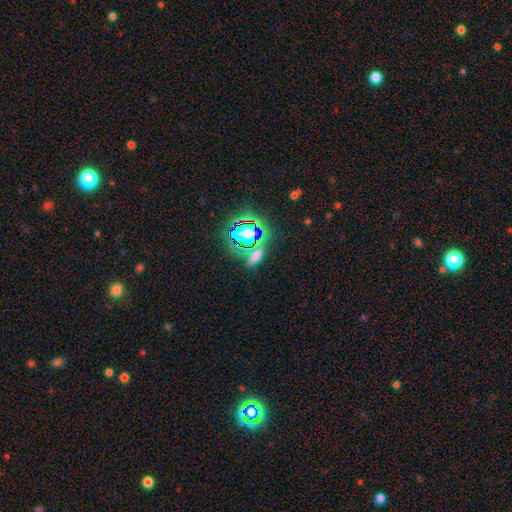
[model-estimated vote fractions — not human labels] This is possibly a smooth galaxy (49%). Merging: likely none (68%).